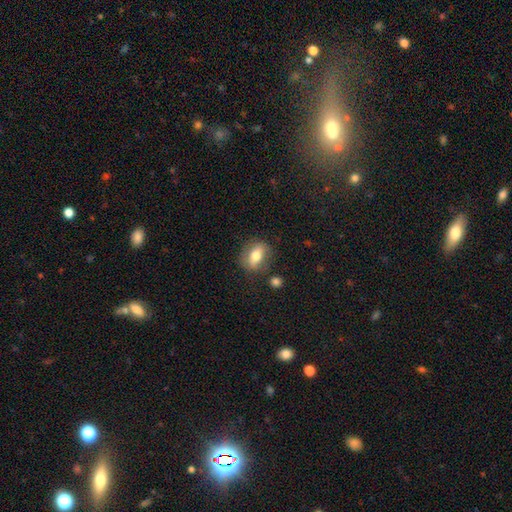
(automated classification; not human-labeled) Smooth or featured? smooth (66%)
How rounded? in between (66%)
Merging? none (78%)